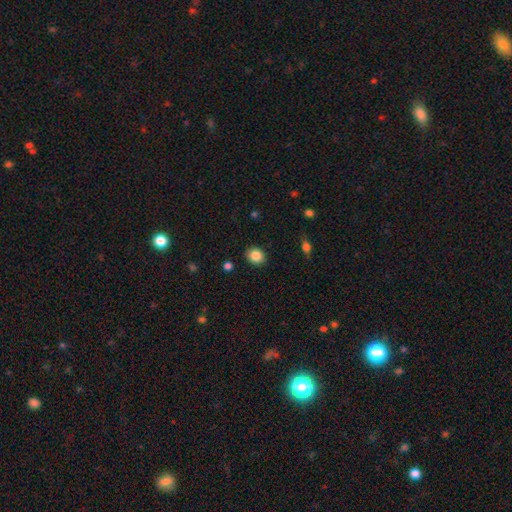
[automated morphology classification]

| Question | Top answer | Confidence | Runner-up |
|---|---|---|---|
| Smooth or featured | smooth | 85% | star or artifact (9%) |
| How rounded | round | 62% | in between (37%) |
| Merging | none | 89% | minor disturbance (8%) |